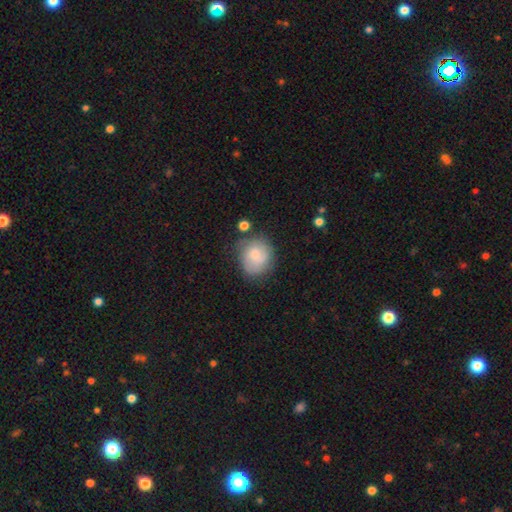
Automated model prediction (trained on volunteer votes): smooth_or_featured: smooth (p=0.65) [alt: featured or disk p=0.28]
how_rounded: round (p=0.74) [alt: in between p=0.25]
merging: none (p=0.60) [alt: minor disturbance p=0.25]